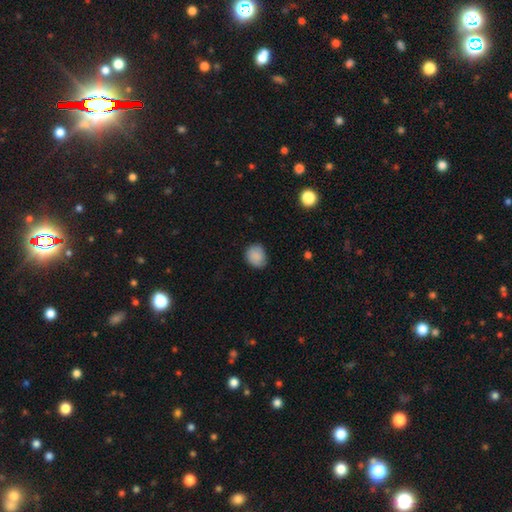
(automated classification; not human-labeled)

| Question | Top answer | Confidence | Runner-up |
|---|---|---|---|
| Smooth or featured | smooth | 85% | star or artifact (8%) |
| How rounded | round | 71% | in between (28%) |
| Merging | none | 75% | minor disturbance (20%) |